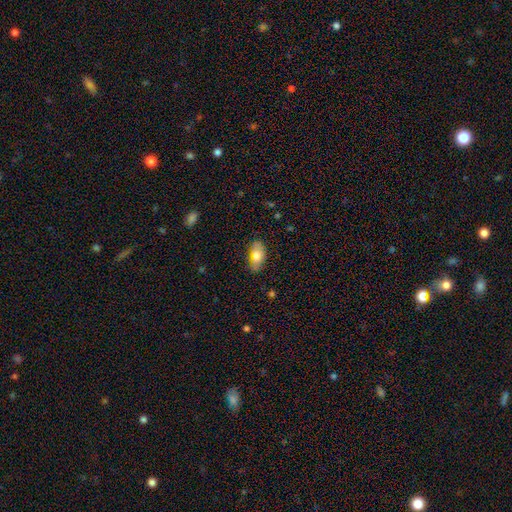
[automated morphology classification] A smooth galaxy with no disk features (73%) that is in between round and cigar-shaped (90%). Merging: none (73%).